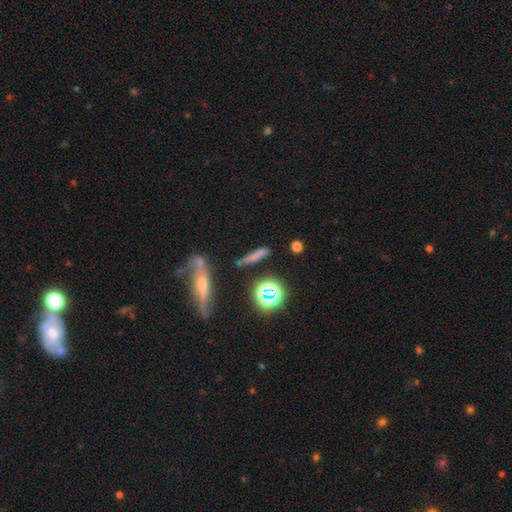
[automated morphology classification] Smooth or featured?
  - smooth: 63% *
  - featured or disk: 18%
  - star or artifact: 18%
How rounded?
  - cigar-shaped: 83% *
  - in between: 11%
  - round: 6%
Merging?
  - none: 74% *
  - minor disturbance: 14%
  - merger: 7%
  - major disturbance: 5%